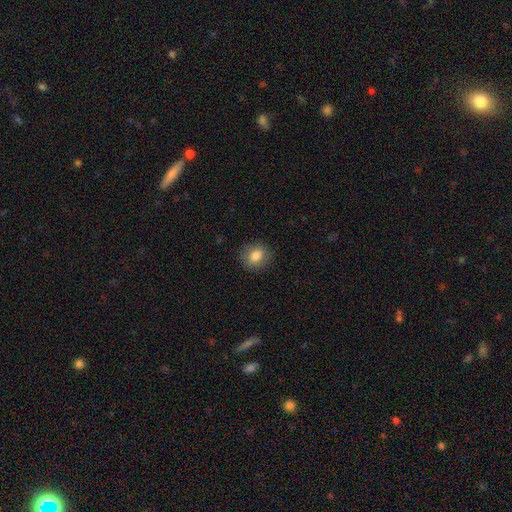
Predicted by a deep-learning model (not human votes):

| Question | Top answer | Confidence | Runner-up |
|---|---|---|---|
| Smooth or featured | smooth | 83% | star or artifact (9%) |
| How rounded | round | 68% | in between (31%) |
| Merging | none | 87% | minor disturbance (9%) |